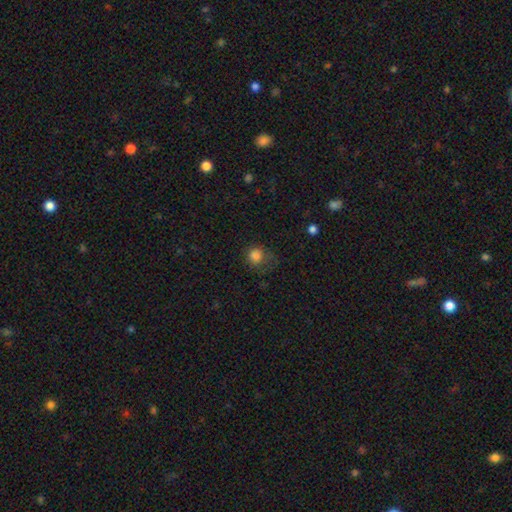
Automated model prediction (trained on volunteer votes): Overall: smooth (82%). How rounded: round (84%). Merging: none (57%; minor disturbance 24%).